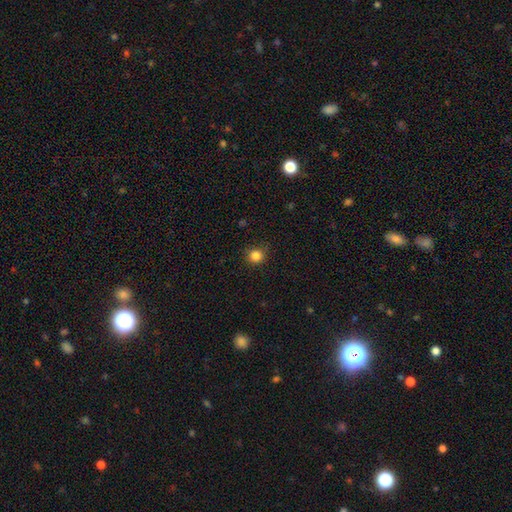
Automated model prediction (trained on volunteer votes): Morphology: type=smooth (84%); roundness=round (92%); merging=none (86%).